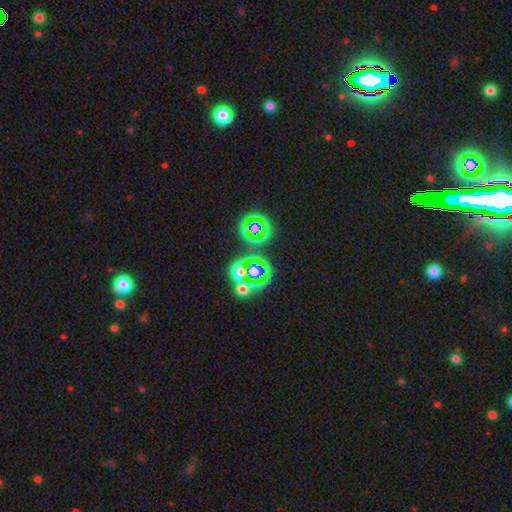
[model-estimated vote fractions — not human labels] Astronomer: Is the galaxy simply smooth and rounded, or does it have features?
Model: star or artifact — 63%.